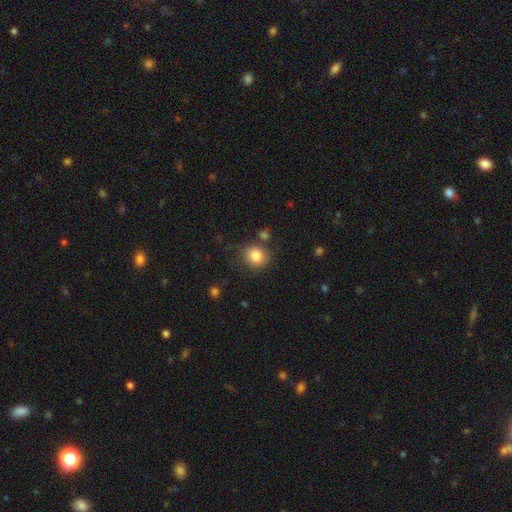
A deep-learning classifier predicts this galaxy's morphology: A smooth galaxy with no disk features (85%) that is round (84%).

Vote fractions:
- Smooth or featured? smooth: 85% / star or artifact: 9% / featured or disk: 6%
- How rounded? round: 84% / in between: 15% / cigar-shaped: 1%
- Merging? none: 74% / minor disturbance: 14% / merger: 7% / major disturbance: 5%